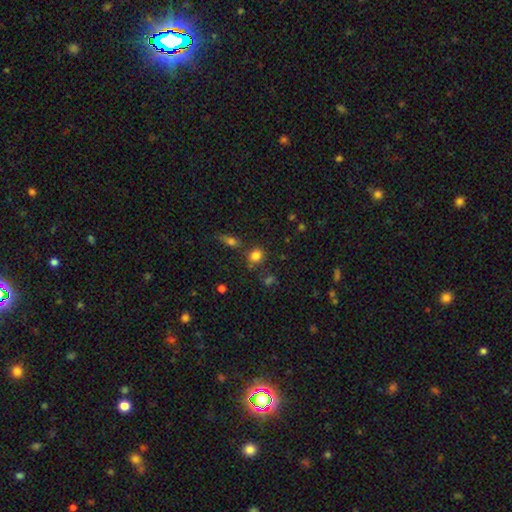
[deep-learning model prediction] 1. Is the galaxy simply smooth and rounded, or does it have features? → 80% smooth, 14% star or artifact, 6% featured or disk.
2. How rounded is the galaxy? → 60% round, 39% in between, 2% cigar-shaped.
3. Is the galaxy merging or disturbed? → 68% none, 14% minor disturbance, 12% merger, 5% major disturbance.